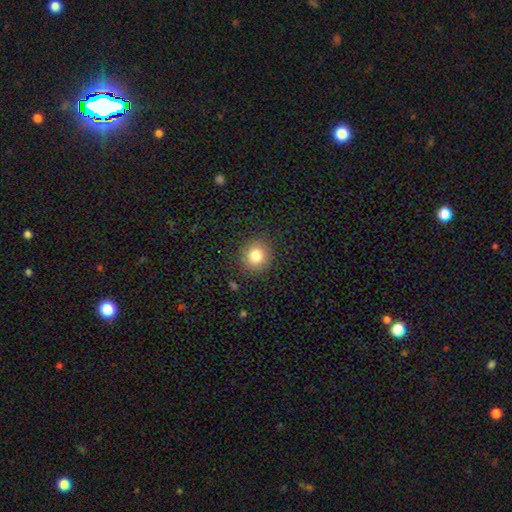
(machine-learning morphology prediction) smooth-or-featured: smooth: 81% | star or artifact: 11% | featured or disk: 8%
  how-rounded: round: 88% | in between: 11% | cigar-shaped: 1%
  merging: none: 89% | minor disturbance: 7% | major disturbance: 3% | merger: 1%